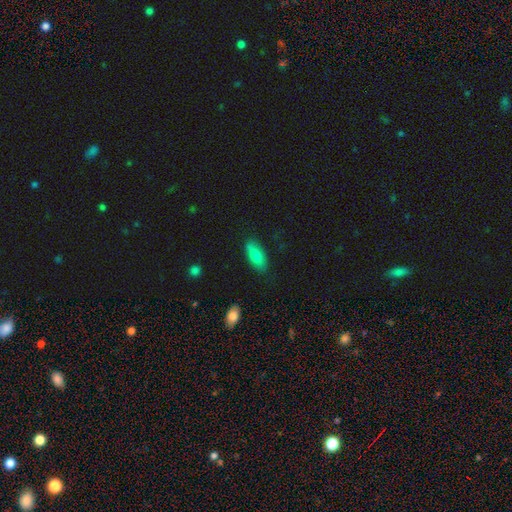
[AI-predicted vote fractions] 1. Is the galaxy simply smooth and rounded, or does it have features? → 76% smooth, 17% featured or disk, 7% star or artifact.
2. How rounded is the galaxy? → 80% in between, 17% cigar-shaped, 3% round.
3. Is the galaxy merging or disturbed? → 81% none, 15% minor disturbance, 3% major disturbance, 2% merger.